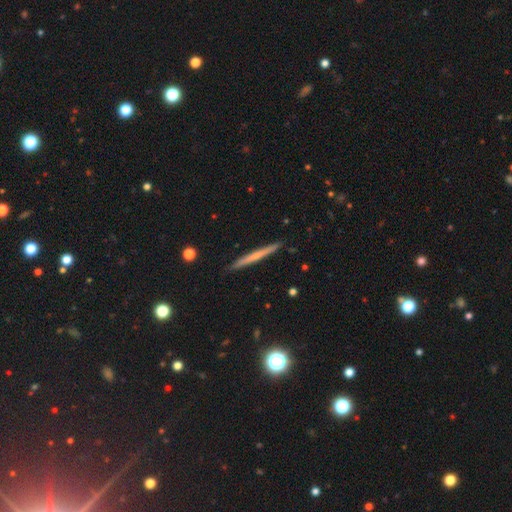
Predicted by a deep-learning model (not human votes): Smooth or featured: featured or disk — 49% (smooth — 45%)
Merging: none — 91% (minor disturbance — 6%)